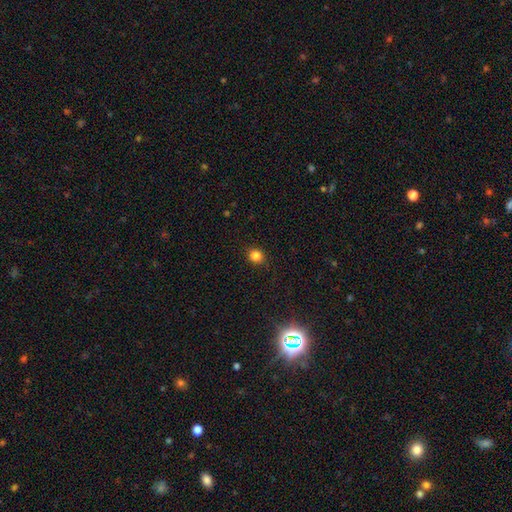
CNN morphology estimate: type=smooth (83%); roundness=round (83%); merging=none (90%).